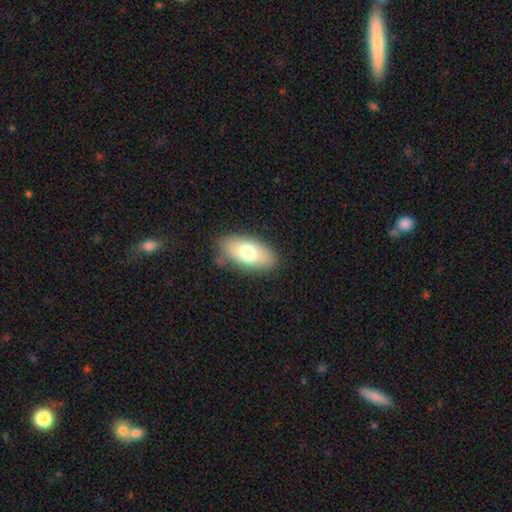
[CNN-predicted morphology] smooth_or_featured: smooth (p=0.72) [alt: featured or disk p=0.21]
how_rounded: in between (p=0.91) [alt: cigar-shaped p=0.06]
merging: none (p=0.82) [alt: minor disturbance p=0.13]